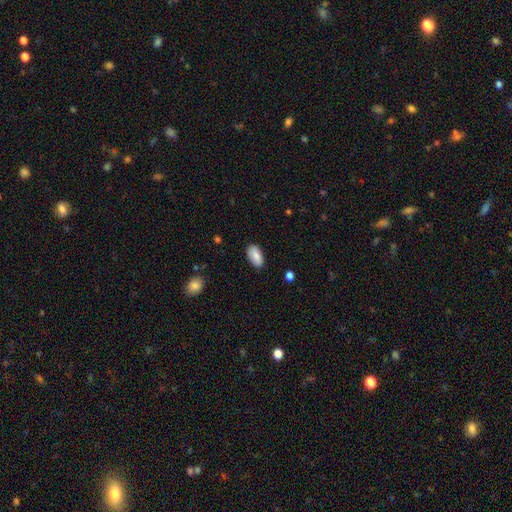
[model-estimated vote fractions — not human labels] Q: Smooth or featured?
A: smooth (86%); runner-up: featured or disk (8%)
Q: How rounded?
A: in between (94%); runner-up: cigar-shaped (3%)
Q: Merging?
A: none (85%); runner-up: minor disturbance (12%)